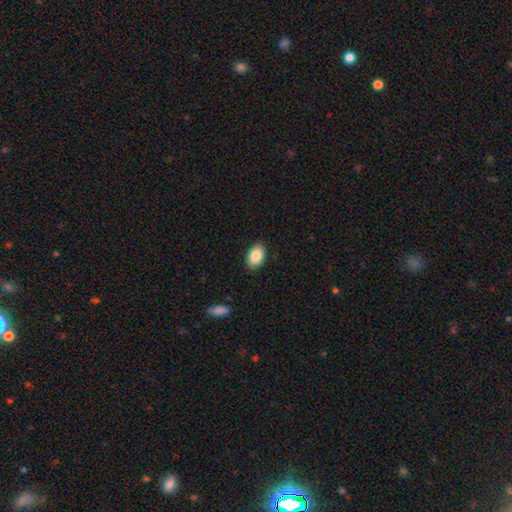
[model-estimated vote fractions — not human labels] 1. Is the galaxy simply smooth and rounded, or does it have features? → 88% smooth, 7% star or artifact, 5% featured or disk.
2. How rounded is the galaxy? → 91% in between, 8% round, 1% cigar-shaped.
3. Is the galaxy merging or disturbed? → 88% none, 9% minor disturbance, 2% major disturbance, 1% merger.